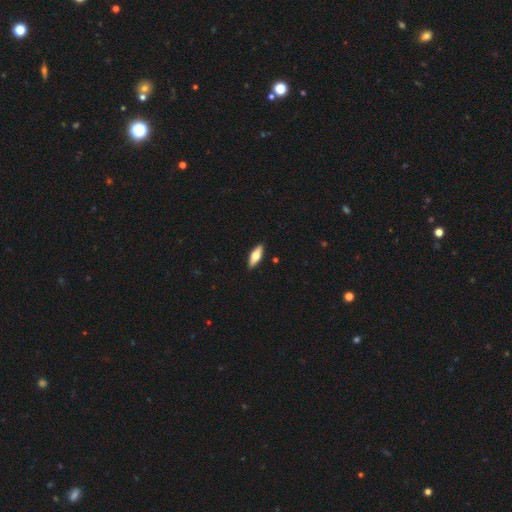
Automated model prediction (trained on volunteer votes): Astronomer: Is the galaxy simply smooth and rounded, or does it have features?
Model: smooth — 58% (runner-up: featured or disk, 36%).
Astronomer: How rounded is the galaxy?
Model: in between — 57% (runner-up: cigar-shaped, 41%).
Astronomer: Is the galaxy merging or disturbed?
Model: none — 91%.